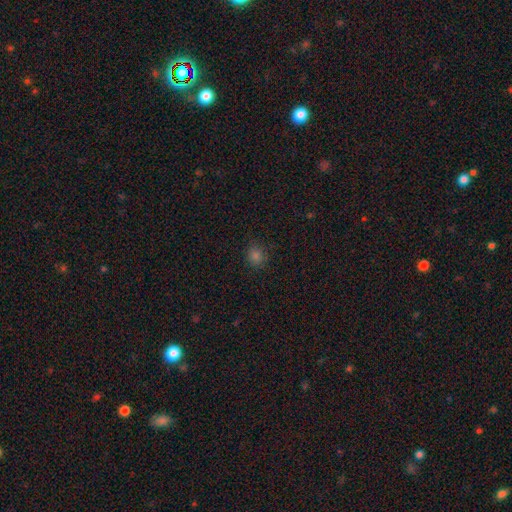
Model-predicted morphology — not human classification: Smooth or featured?
  - smooth: 78% *
  - star or artifact: 17%
  - featured or disk: 4%
How rounded?
  - round: 81% *
  - in between: 18%
  - cigar-shaped: 1%
Merging?
  - none: 87% *
  - minor disturbance: 10%
  - major disturbance: 2%
  - merger: 1%